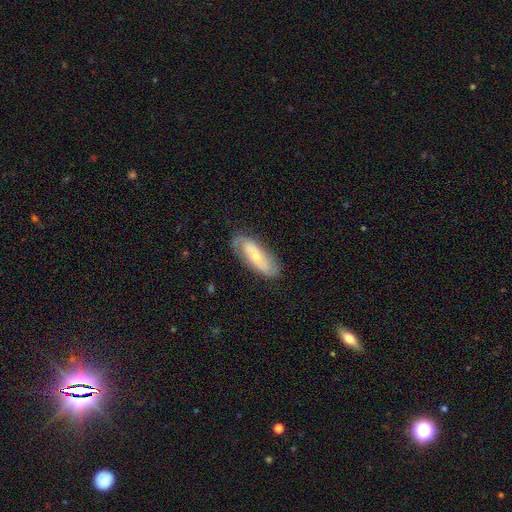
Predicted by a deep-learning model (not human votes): smooth_or_featured: featured or disk (p=0.56) [alt: smooth p=0.38]
disk_edge_on: no (p=0.84) [alt: yes p=0.16]
merging: none (p=0.73) [alt: minor disturbance p=0.19]